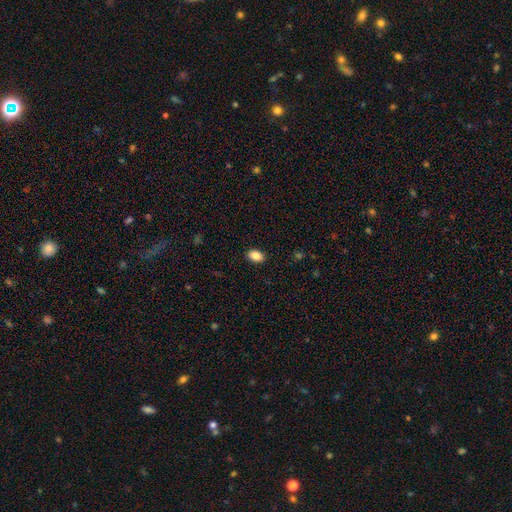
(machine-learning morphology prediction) A smooth galaxy with no disk features (87%) that is in between round and cigar-shaped (84%). Merging: none (89%).